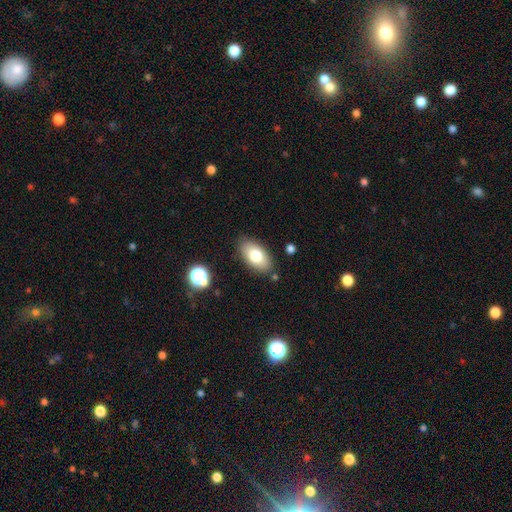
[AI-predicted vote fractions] The model was most divided on "smooth or featured": smooth: 75%, featured or disk: 16%, star or artifact: 8%. More confident: how rounded — in between (92%); merging — none (84%).